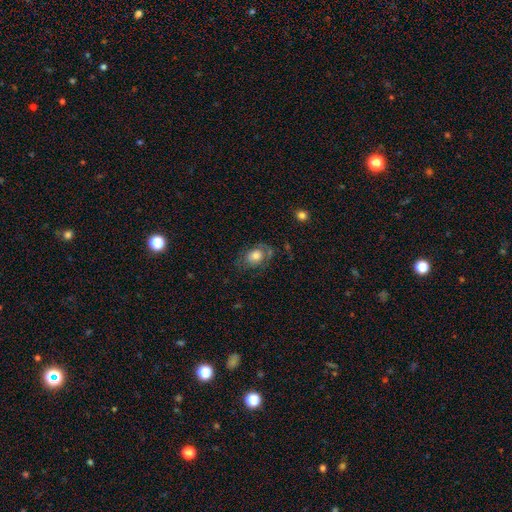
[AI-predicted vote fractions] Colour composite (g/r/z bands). It shows a smooth galaxy with no disk features (63%) that is in between round and cigar-shaped (70%). Merging: none (58%).